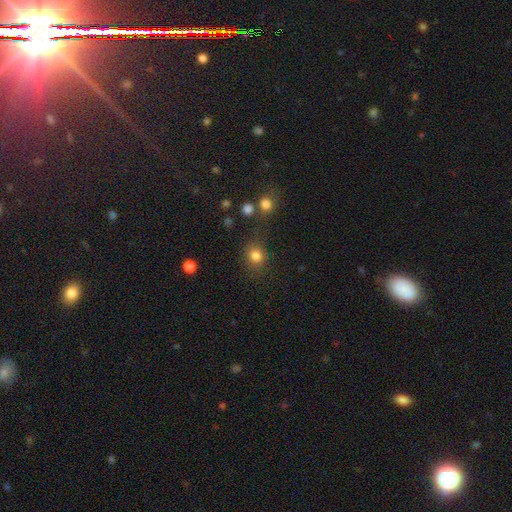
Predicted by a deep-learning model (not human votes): Smooth or featured? smooth (82%)
How rounded? round (76%)
Merging? none (74%)